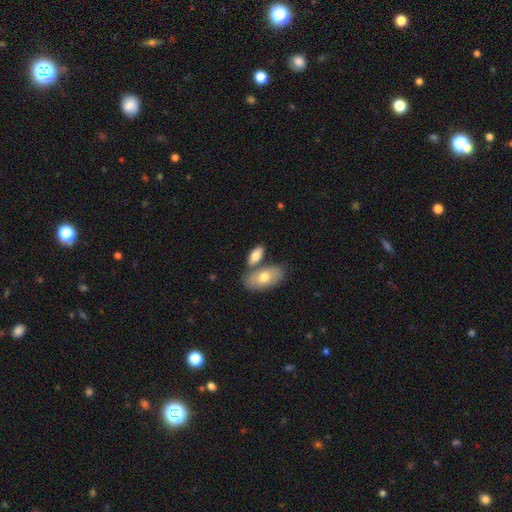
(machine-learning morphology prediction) smooth_or_featured: smooth (p=0.75) [alt: featured or disk p=0.19]
how_rounded: in between (p=0.87) [alt: cigar-shaped p=0.09]
merging: none (p=0.55) [alt: merger p=0.30]